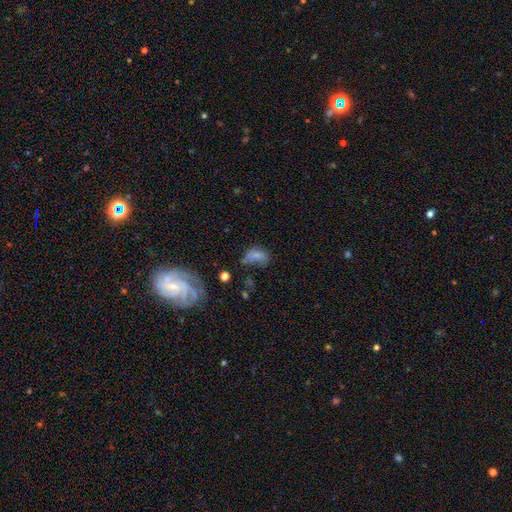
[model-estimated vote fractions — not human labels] This is likely a smooth galaxy (64%). How rounded: clearly in between (82%). Merging: marginally none (37%).